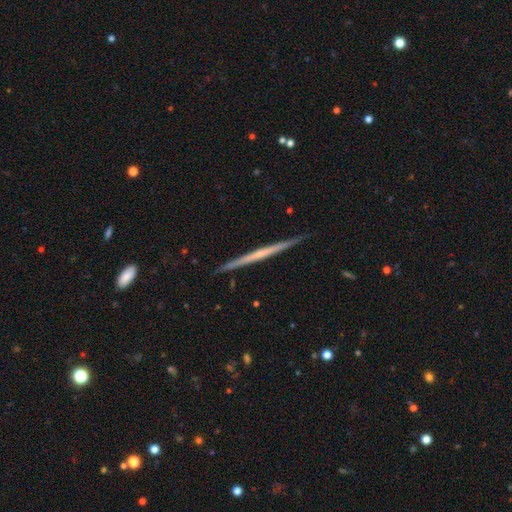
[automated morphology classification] Smooth or featured: featured or disk — 69% (smooth — 25%)
Edge-on disk: yes — 98% (no — 2%)
Edge-on bulge: none — 73% (rounded — 21%)
Merging: none — 91% (minor disturbance — 7%)